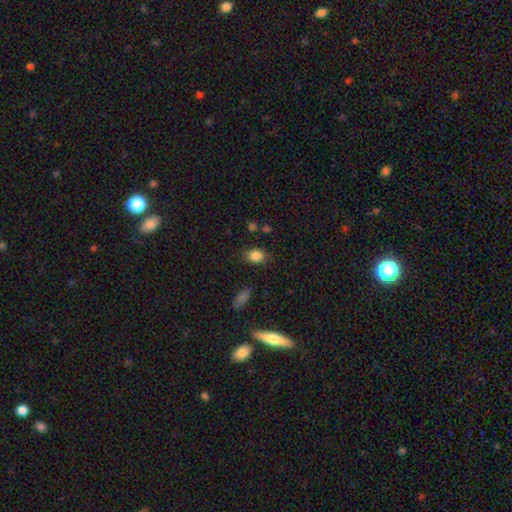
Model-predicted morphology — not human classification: type=smooth (84%); roundness=in between (66%); merging=none (80%).